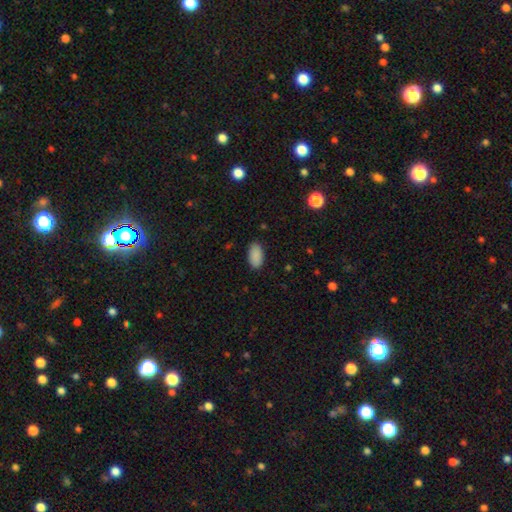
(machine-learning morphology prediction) This appears to be a smooth galaxy with no disk features (90%) that is in between round and cigar-shaped (95%). Merging: none (87%).